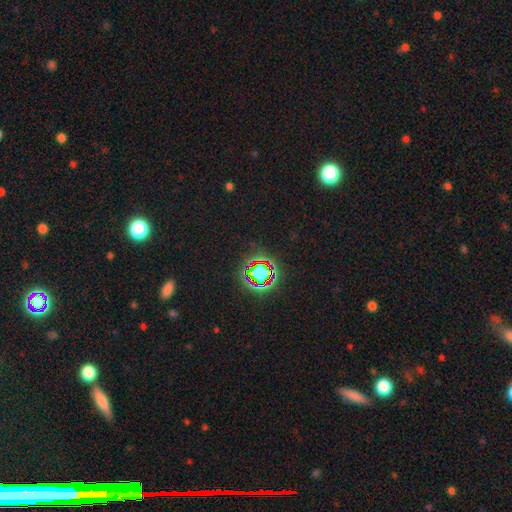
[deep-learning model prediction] The model was most divided on "smooth or featured": star or artifact: 77%, smooth: 15%, featured or disk: 8%.